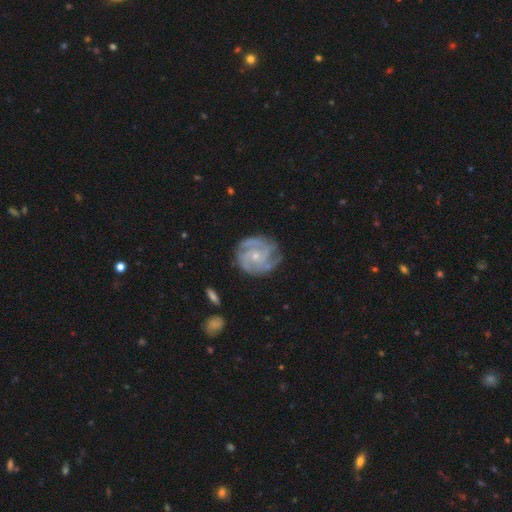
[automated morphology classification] Q: Smooth or featured?
A: featured or disk (85%); runner-up: smooth (9%)
Q: Edge-on disk?
A: no (98%); runner-up: yes (2%)
Q: Bar?
A: no (72%); runner-up: weak (24%)
Q: Spiral arms?
A: yes (96%); runner-up: no (4%)
Q: Spiral winding?
A: tight (58%); runner-up: medium (34%)
Q: Spiral arm count?
A: 3 (37%); runner-up: can't tell (20%)
Q: Bulge size?
A: small (73%); runner-up: moderate (23%)
Q: Merging?
A: none (72%); runner-up: minor disturbance (20%)